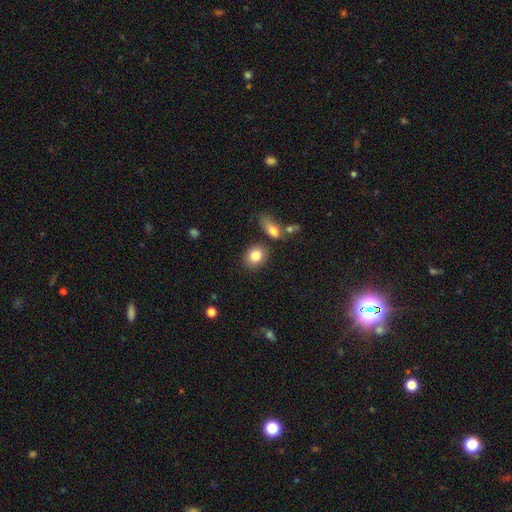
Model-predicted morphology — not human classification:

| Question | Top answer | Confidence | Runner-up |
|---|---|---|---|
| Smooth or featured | smooth | 83% | featured or disk (9%) |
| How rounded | round | 56% | in between (43%) |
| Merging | none | 75% | minor disturbance (11%) |